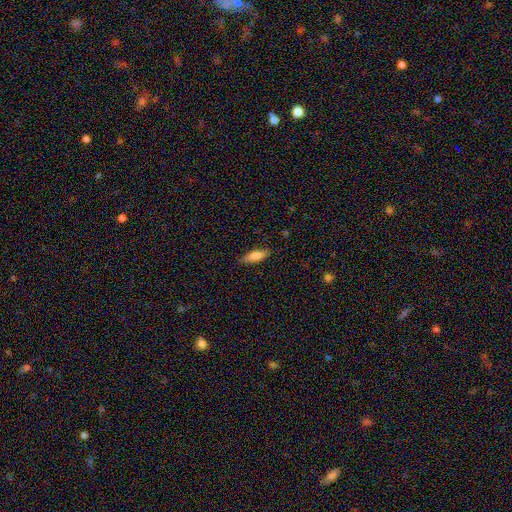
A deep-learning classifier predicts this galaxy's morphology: smooth 77%, featured or disk 16%, star or artifact 7%. Down the decision tree: how rounded — in between (55%); merging — none (83%).